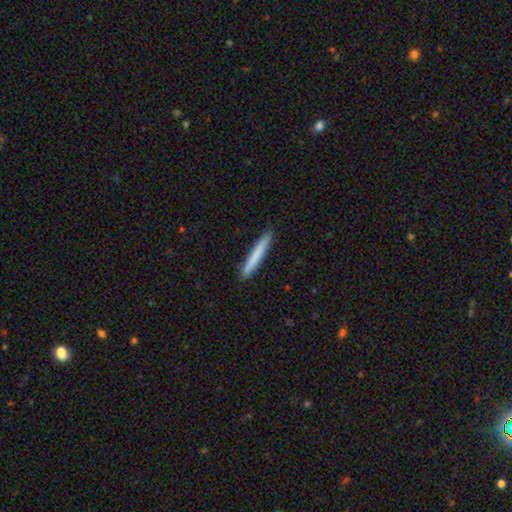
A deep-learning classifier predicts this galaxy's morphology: A smooth galaxy with no disk features (75%) that is cigar-shaped (97%). Merging: none (92%).